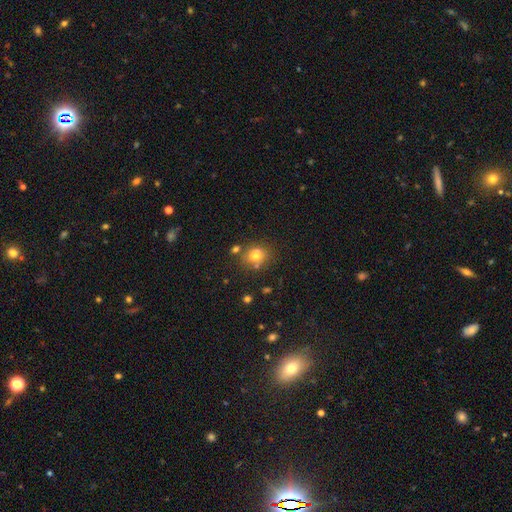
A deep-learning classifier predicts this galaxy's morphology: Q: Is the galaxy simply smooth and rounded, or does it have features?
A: smooth — 73%.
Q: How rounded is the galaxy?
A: round — 73%.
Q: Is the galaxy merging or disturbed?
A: none — 64%.